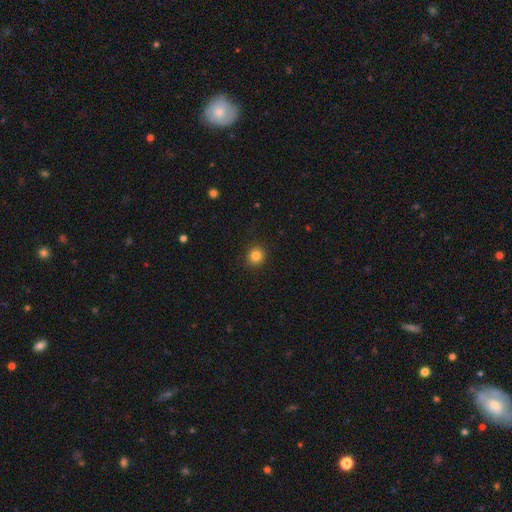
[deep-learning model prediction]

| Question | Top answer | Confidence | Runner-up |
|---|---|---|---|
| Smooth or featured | smooth | 83% | star or artifact (11%) |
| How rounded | round | 91% | in between (8%) |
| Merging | none | 92% | minor disturbance (6%) |